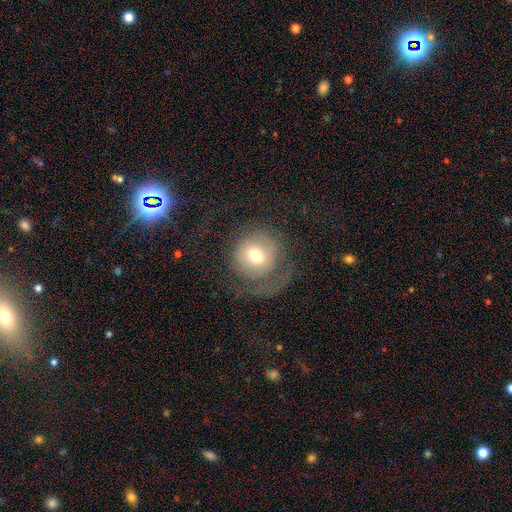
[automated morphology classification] Smooth or featured? smooth (58%)
How rounded? round (92%)
Merging? none (47%)